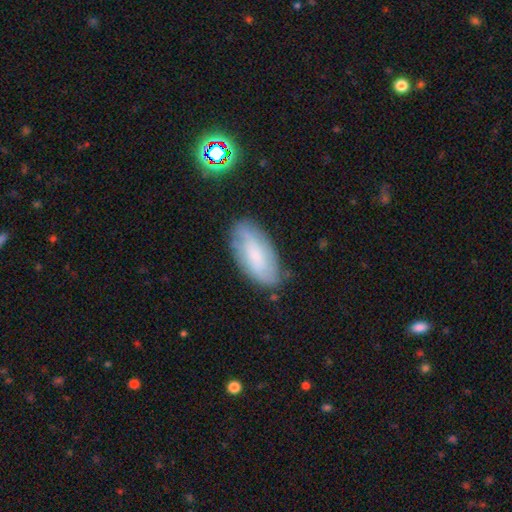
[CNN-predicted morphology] A smooth galaxy with no disk features (57%) that is in between round and cigar-shaped (89%). Merging: none (72%).